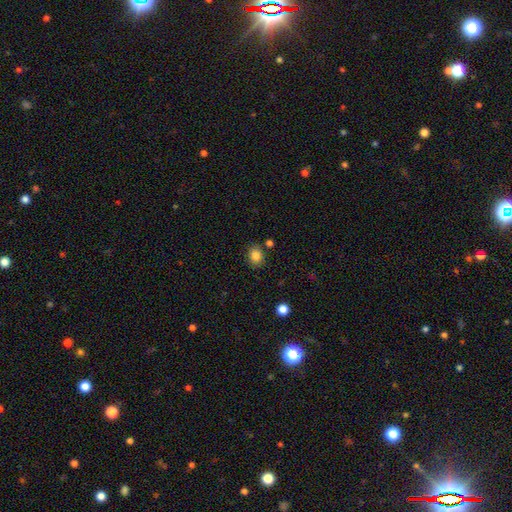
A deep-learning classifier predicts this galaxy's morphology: smooth 84%, star or artifact 10%, featured or disk 5%. Down the decision tree: how rounded — round (54%); merging — none (81%).